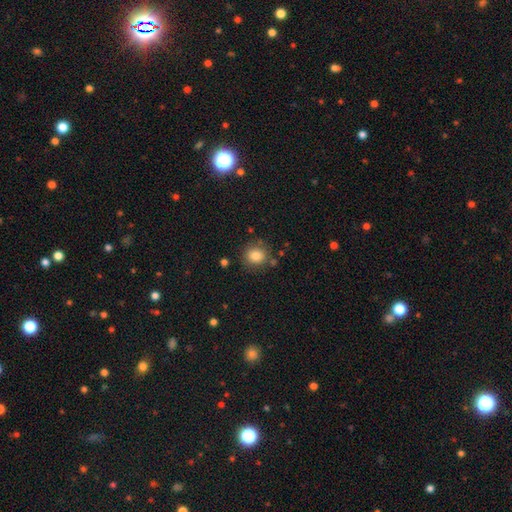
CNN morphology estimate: A smooth galaxy with no disk features (82%) that is round (82%). Merging: none (78%).